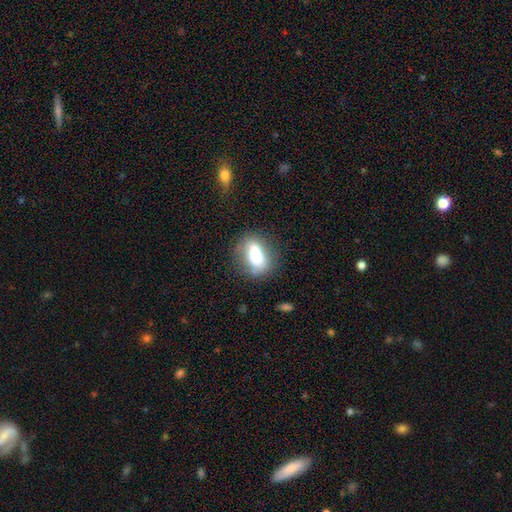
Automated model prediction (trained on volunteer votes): Morphology: type=smooth (74%); roundness=in between (75%); merging=none (66%).